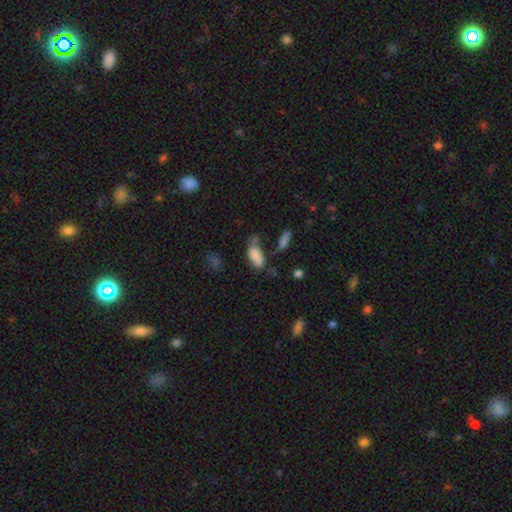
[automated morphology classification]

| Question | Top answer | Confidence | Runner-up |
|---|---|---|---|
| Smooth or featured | smooth | 82% | star or artifact (10%) |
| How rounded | in between | 87% | cigar-shaped (10%) |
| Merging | none | 45% | minor disturbance (26%) |